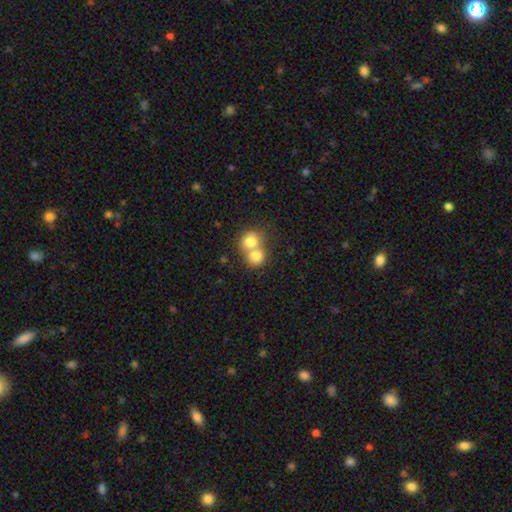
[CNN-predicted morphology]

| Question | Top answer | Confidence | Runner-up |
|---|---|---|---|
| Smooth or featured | smooth | 76% | featured or disk (15%) |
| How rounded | round | 75% | in between (24%) |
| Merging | merger | 69% | none (24%) |